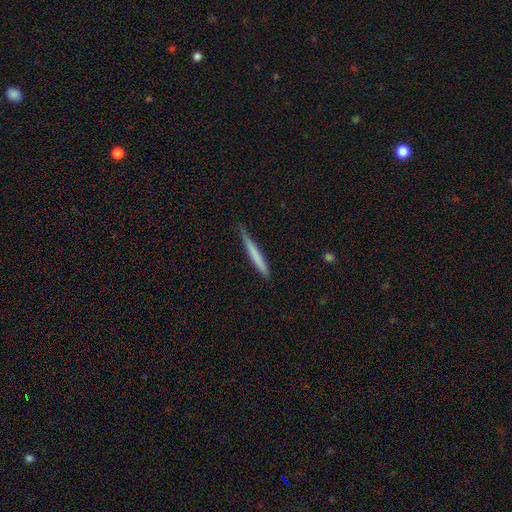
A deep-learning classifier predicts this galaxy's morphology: A smooth galaxy with no disk features (68%) that is cigar-shaped (97%). Merging: none (80%).